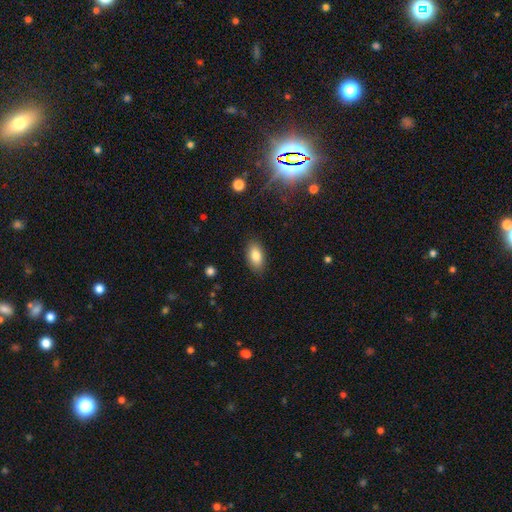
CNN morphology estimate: Smooth or featured?
  - smooth: 82% *
  - featured or disk: 10%
  - star or artifact: 8%
How rounded?
  - in between: 92% *
  - round: 5%
  - cigar-shaped: 3%
Merging?
  - none: 87% *
  - minor disturbance: 10%
  - major disturbance: 2%
  - merger: 1%